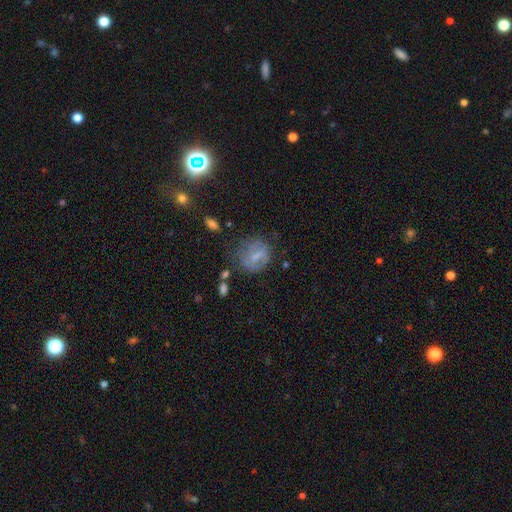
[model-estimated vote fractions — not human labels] A smooth galaxy with no disk features (44%). Merging: none (52%).